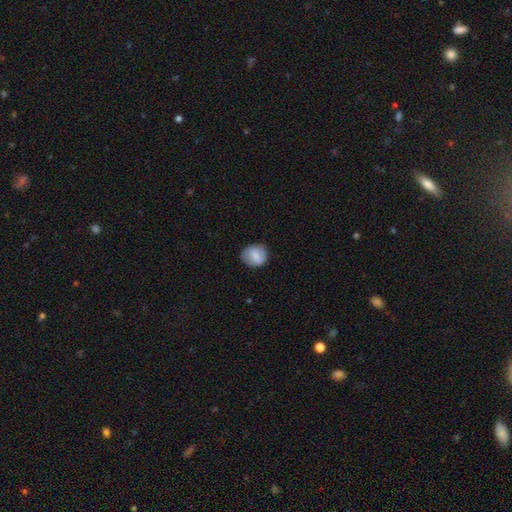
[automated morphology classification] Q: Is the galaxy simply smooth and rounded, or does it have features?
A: smooth — 74%.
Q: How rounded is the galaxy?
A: round — 64%.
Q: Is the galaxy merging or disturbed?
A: none — 77%.